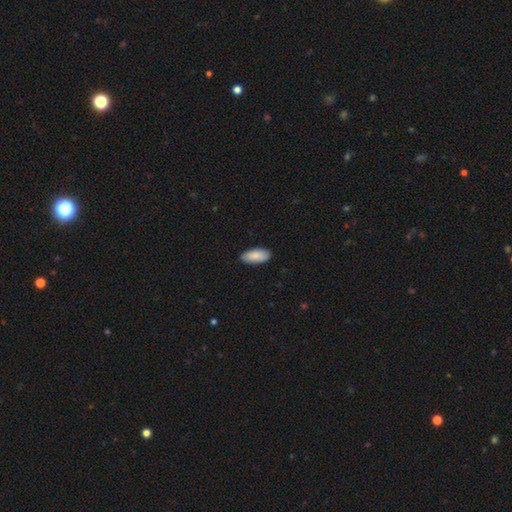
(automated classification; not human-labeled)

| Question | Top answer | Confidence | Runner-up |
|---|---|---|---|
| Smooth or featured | smooth | 90% | star or artifact (5%) |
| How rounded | in between | 90% | cigar-shaped (8%) |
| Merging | none | 88% | minor disturbance (9%) |